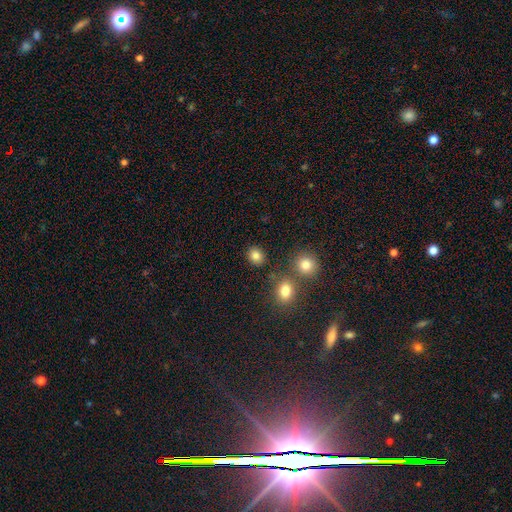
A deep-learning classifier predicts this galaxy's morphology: smooth-or-featured: smooth: 83% | star or artifact: 12% | featured or disk: 5%
  how-rounded: round: 65% | in between: 34% | cigar-shaped: 1%
  merging: none: 84% | minor disturbance: 8% | merger: 5% | major disturbance: 3%